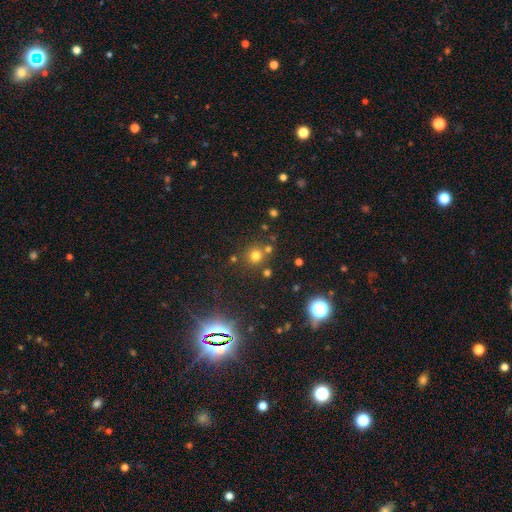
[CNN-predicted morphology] A smooth galaxy with no disk features (69%) that is round (91%). Merging: none (76%).